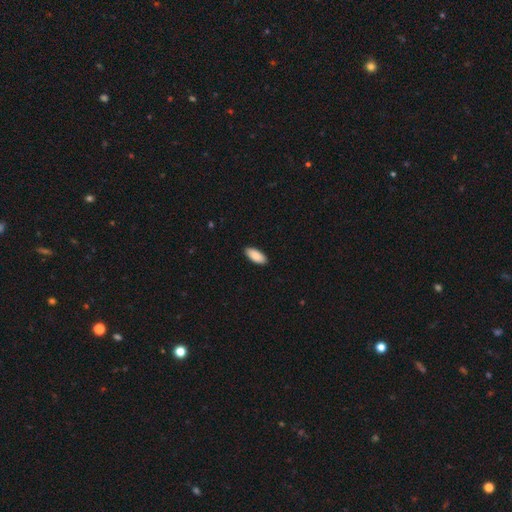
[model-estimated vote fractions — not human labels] The model was most divided on "how rounded": in between: 88%, cigar-shaped: 10%, round: 2%. More confident: smooth or featured — smooth (91%); merging — none (90%).